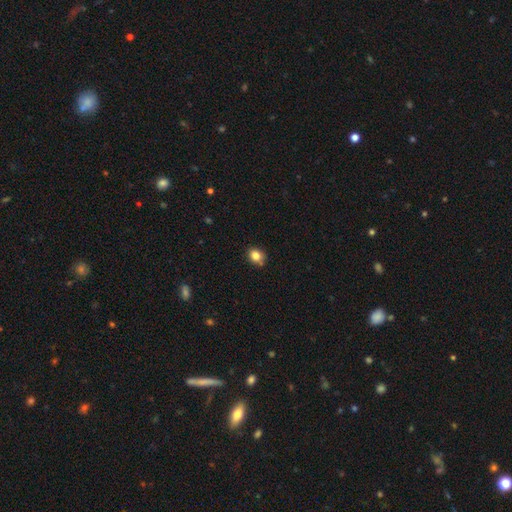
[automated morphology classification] Smooth or featured: smooth — 83% (star or artifact — 11%)
How rounded: round — 60% (in between — 39%)
Merging: none — 82% (minor disturbance — 13%)